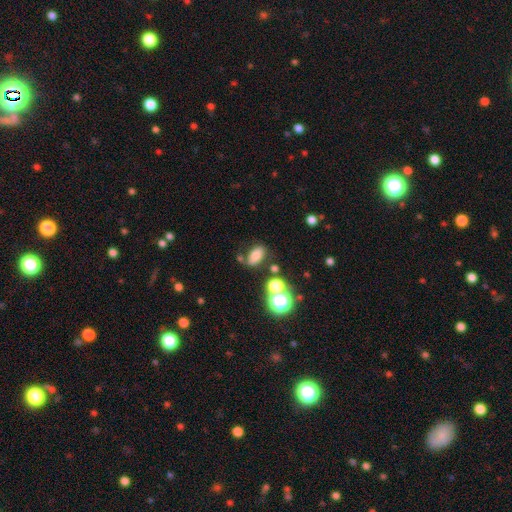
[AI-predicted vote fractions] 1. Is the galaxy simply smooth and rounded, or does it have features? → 69% smooth, 18% star or artifact, 13% featured or disk.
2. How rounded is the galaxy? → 81% in between, 16% round, 3% cigar-shaped.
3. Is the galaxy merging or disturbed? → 70% none, 15% minor disturbance, 10% merger, 6% major disturbance.